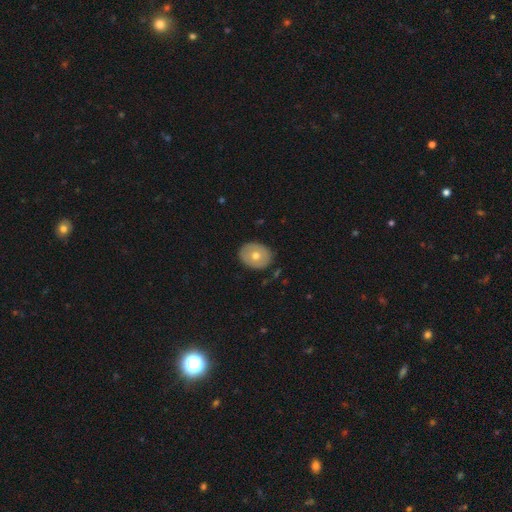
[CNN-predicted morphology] This is possibly a smooth galaxy (59%). How rounded: possibly in between (58%). Merging: clearly none (88%).